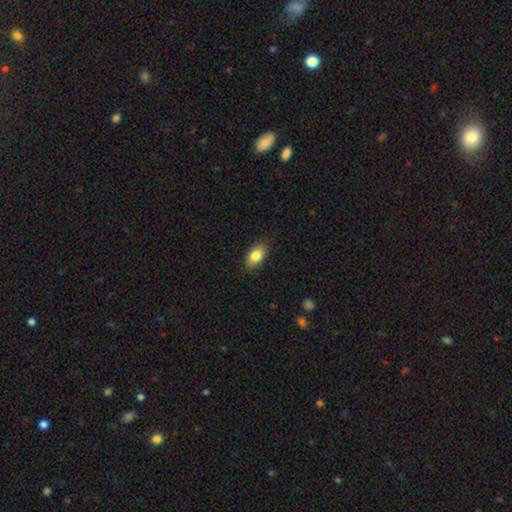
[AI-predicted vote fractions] This appears to be a smooth galaxy with no disk features (83%) that is in between round and cigar-shaped (90%). Merging: none (86%).